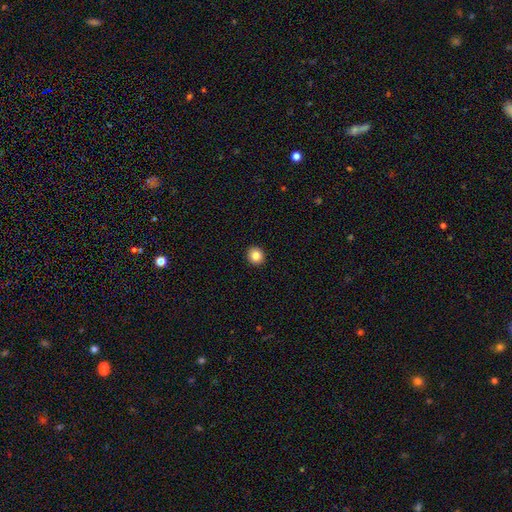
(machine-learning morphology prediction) This is clearly a smooth galaxy (84%). How rounded: clearly round (91%). Merging: clearly none (93%).